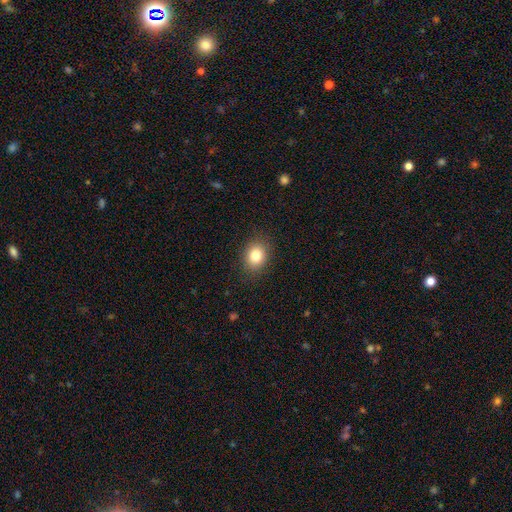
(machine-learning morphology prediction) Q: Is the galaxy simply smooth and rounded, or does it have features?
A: smooth — 82%.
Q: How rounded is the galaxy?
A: in between — 50%.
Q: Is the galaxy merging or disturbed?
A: none — 87%.